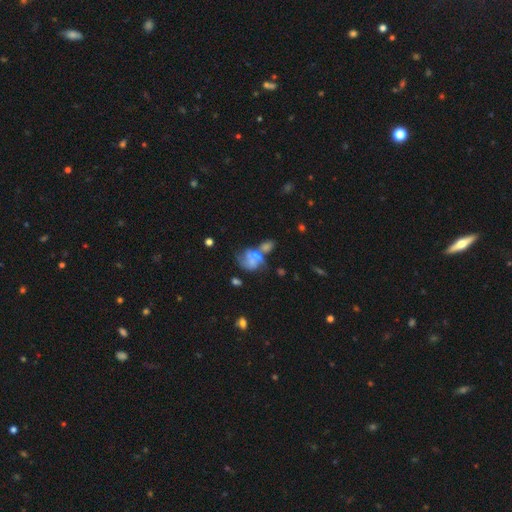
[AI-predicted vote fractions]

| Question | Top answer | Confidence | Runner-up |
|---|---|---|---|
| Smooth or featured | featured or disk | 48% | smooth (40%) |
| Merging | merger | 47% | none (21%) |